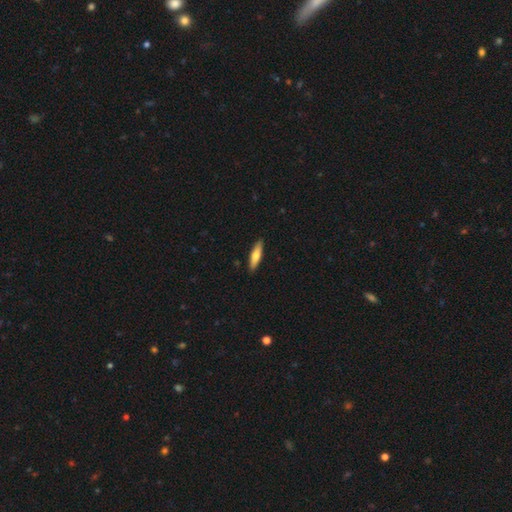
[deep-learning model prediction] The model was most divided on "smooth or featured": smooth: 66%, featured or disk: 28%, star or artifact: 5%. More confident: merging — none (90%); how rounded — cigar-shaped (71%).